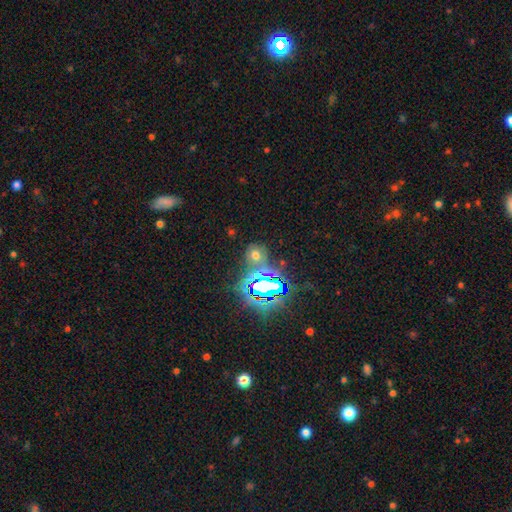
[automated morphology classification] This appears to be a smooth galaxy with no disk features (47%). Merging: none (68%).